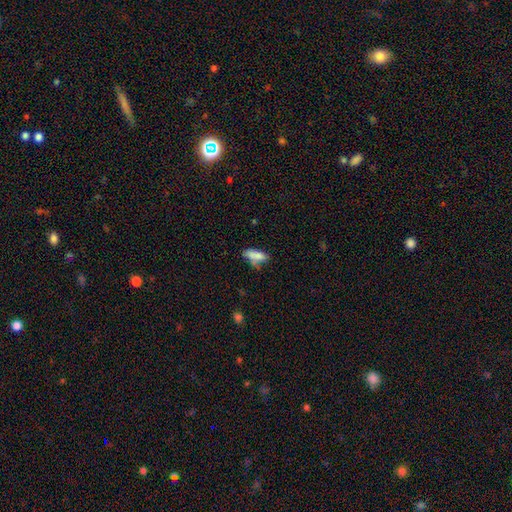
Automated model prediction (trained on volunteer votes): Smooth or featured: smooth — 80% (featured or disk — 11%)
How rounded: in between — 69% (cigar-shaped — 28%)
Merging: none — 50% (minor disturbance — 27%)